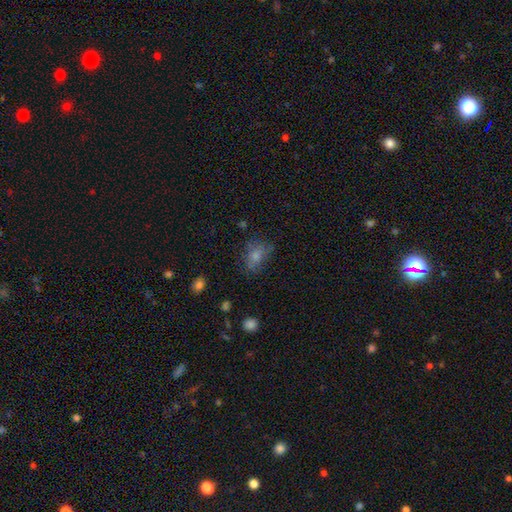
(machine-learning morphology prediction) type=smooth (71%); roundness=in between (71%); merging=none (58%).